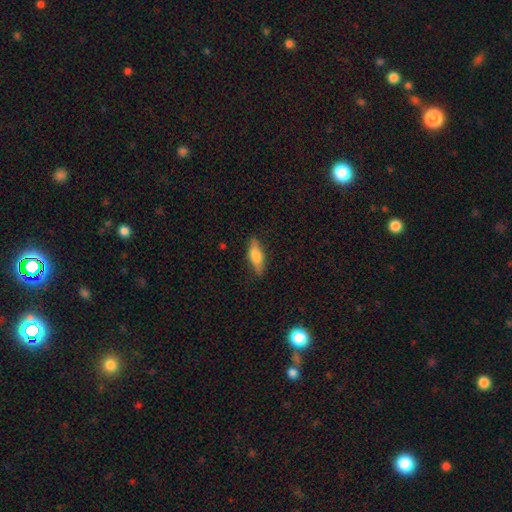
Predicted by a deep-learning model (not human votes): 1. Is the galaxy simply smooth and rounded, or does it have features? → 68% smooth, 26% featured or disk, 6% star or artifact.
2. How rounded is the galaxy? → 57% in between, 40% cigar-shaped, 3% round.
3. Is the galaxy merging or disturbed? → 83% none, 13% minor disturbance, 3% major disturbance, 1% merger.